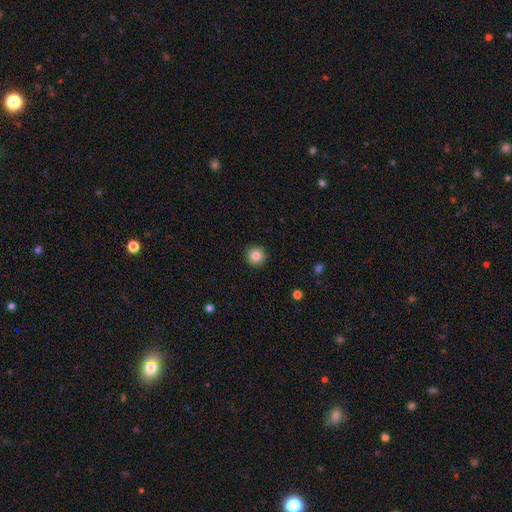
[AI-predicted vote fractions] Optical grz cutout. It shows a smooth galaxy with no disk features (85%) that is round (95%). Merging: none (92%).